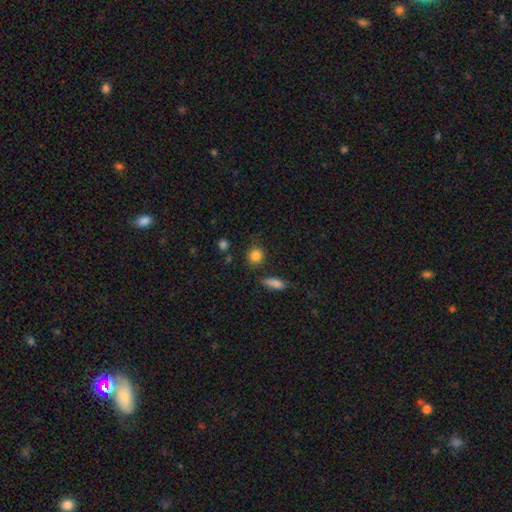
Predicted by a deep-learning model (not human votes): smooth 85%, star or artifact 10%, featured or disk 5%. Down the decision tree: how rounded — round (79%); merging — none (80%).